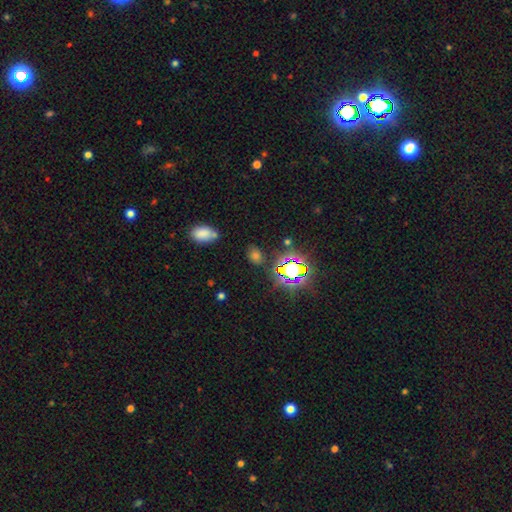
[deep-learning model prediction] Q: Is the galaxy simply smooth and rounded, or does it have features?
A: smooth — 52%.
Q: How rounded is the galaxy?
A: in between — 60%.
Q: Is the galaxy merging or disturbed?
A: none — 74%.